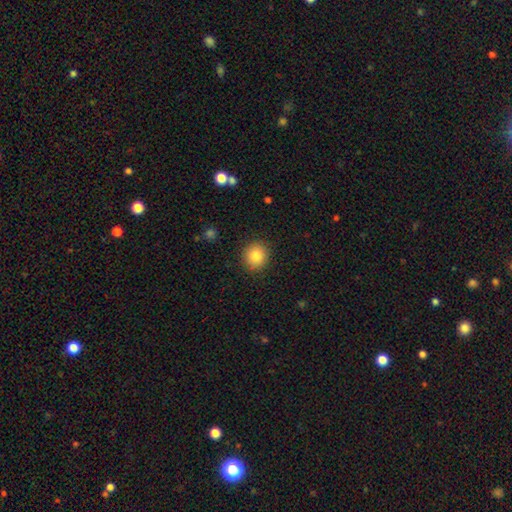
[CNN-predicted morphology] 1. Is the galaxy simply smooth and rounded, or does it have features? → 85% smooth, 9% star or artifact, 6% featured or disk.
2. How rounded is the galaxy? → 85% round, 14% in between, 1% cigar-shaped.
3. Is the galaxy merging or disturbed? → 90% none, 7% minor disturbance, 2% major disturbance, 1% merger.